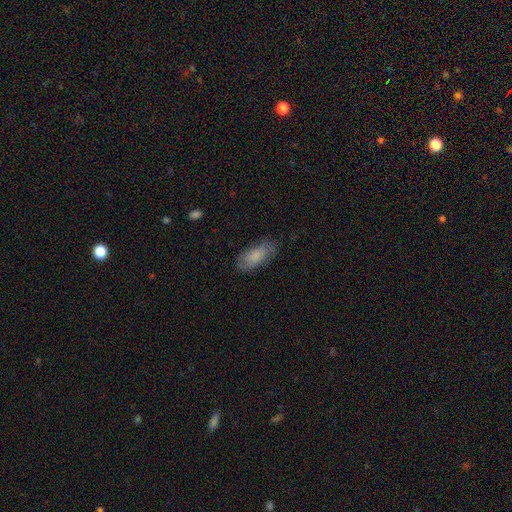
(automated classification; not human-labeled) smooth 75%, featured or disk 18%, star or artifact 6%. Down the decision tree: how rounded — in between (84%); merging — none (76%).